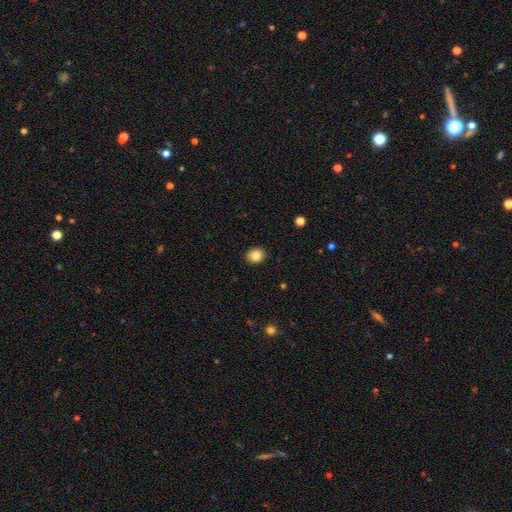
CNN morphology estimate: smooth 85%, star or artifact 10%, featured or disk 5%. Down the decision tree: how rounded — round (70%); merging — none (89%).